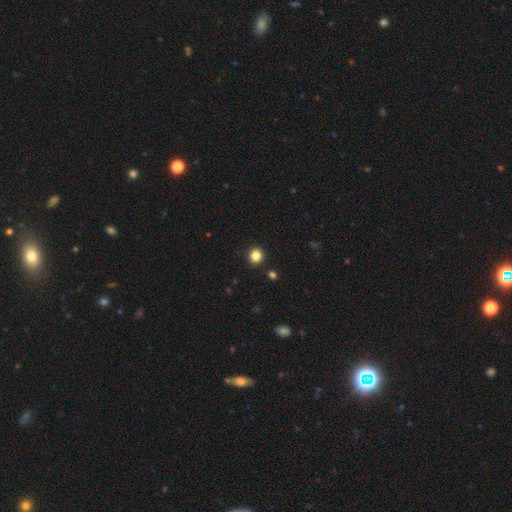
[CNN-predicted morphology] Smooth or featured: smooth — 84% (star or artifact — 12%)
How rounded: round — 79% (in between — 20%)
Merging: none — 91% (minor disturbance — 5%)